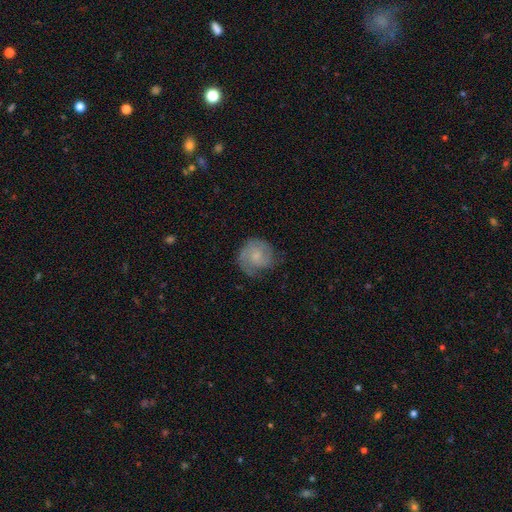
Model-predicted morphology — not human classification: A featured or disk galaxy (54%) with no bar (71%), spiral arms (86%) and a small central bulge (43%).

Vote fractions:
- Smooth or featured? featured or disk: 54% / smooth: 39% / star or artifact: 7%
- Edge-on disk? no: 98% / yes: 2%
- Bar? no: 71% / weak: 26% / strong: 3%
- Spiral arms? yes: 86% / no: 14%
- Bulge size? small: 43% / moderate: 32% / none: 20% / large: 4% / dominant: 1%
- Merging? none: 65% / minor disturbance: 23% / major disturbance: 10% / merger: 1%